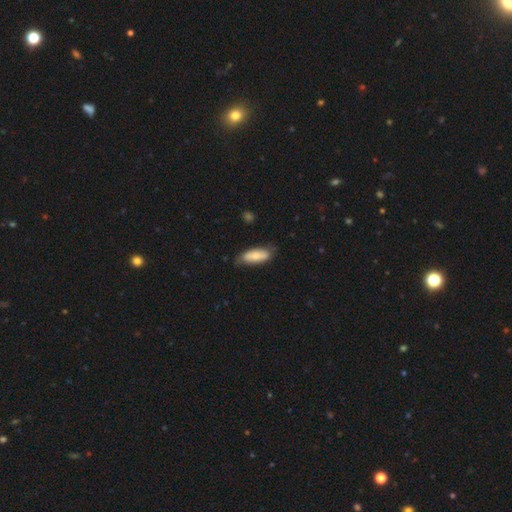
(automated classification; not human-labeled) smooth_or_featured: smooth (p=0.71) [alt: featured or disk p=0.23]
how_rounded: in between (p=0.73) [alt: cigar-shaped p=0.25]
merging: none (p=0.70) [alt: minor disturbance p=0.24]